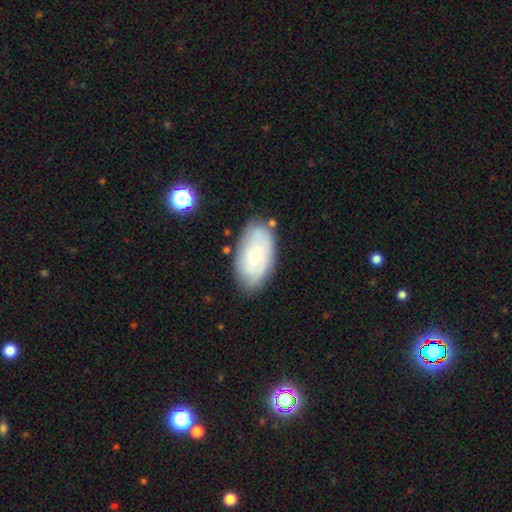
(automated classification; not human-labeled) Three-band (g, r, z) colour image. It shows a smooth galaxy with no disk features (61%) that is in between round and cigar-shaped (94%). Merging: none (75%).